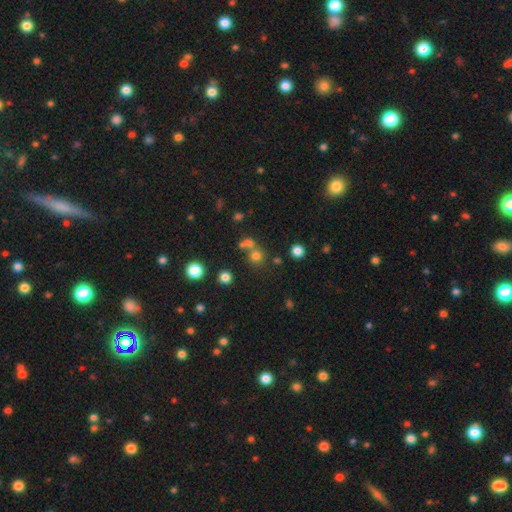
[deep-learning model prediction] Morphology: type=smooth (70%); roundness=round (89%); merging=none (60%).